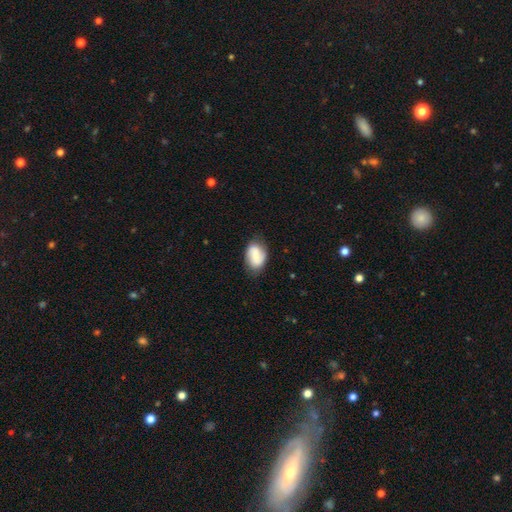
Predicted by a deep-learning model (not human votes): This is likely a smooth galaxy (68%). How rounded: clearly in between (85%). Merging: likely none (72%).